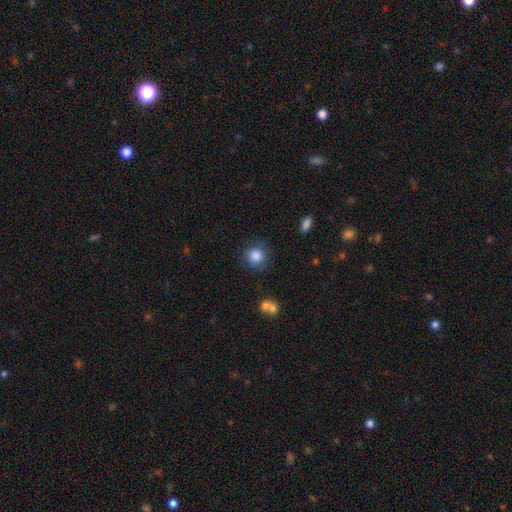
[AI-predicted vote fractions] Overall: smooth (85%). How rounded: round (90%). Merging: none (79%).